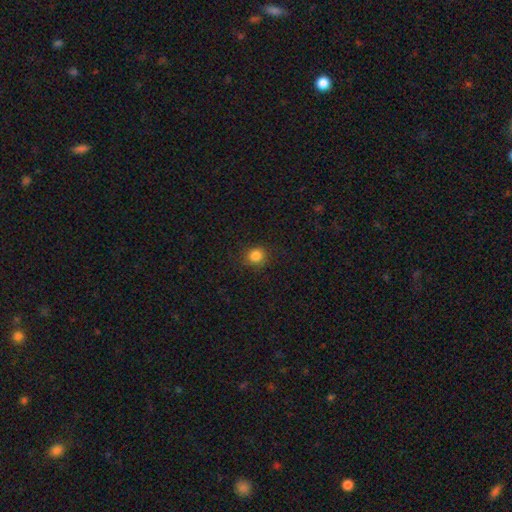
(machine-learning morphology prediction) Q: Smooth or featured?
A: smooth (84%); runner-up: star or artifact (12%)
Q: How rounded?
A: round (89%); runner-up: in between (11%)
Q: Merging?
A: none (85%); runner-up: minor disturbance (11%)